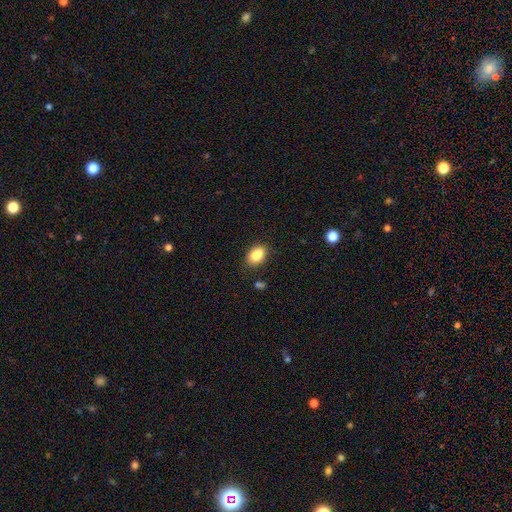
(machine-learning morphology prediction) smooth 85%, star or artifact 8%, featured or disk 6%. Down the decision tree: how rounded — in between (84%); merging — none (76%).